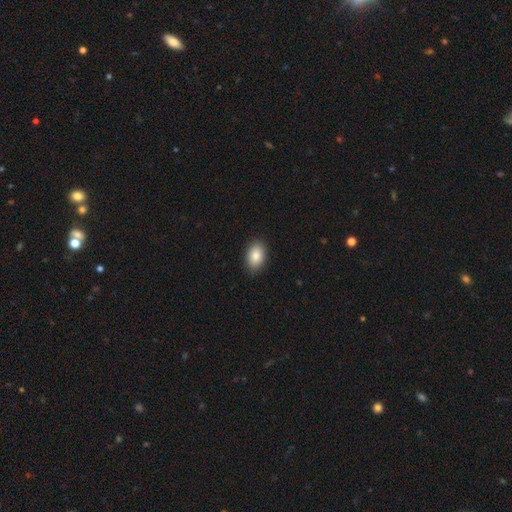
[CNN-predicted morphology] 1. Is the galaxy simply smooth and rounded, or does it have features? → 87% smooth, 7% star or artifact, 6% featured or disk.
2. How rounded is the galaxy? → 89% in between, 10% round, 1% cigar-shaped.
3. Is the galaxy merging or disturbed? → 89% none, 8% minor disturbance, 2% major disturbance, 1% merger.